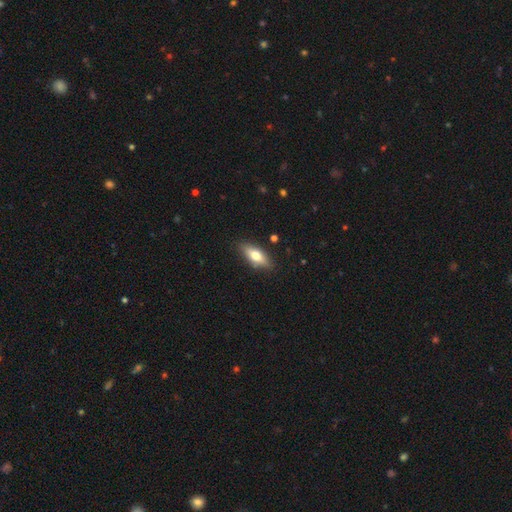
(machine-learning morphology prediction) This is likely a smooth galaxy (68%). How rounded: likely in between (71%). Merging: clearly none (85%).